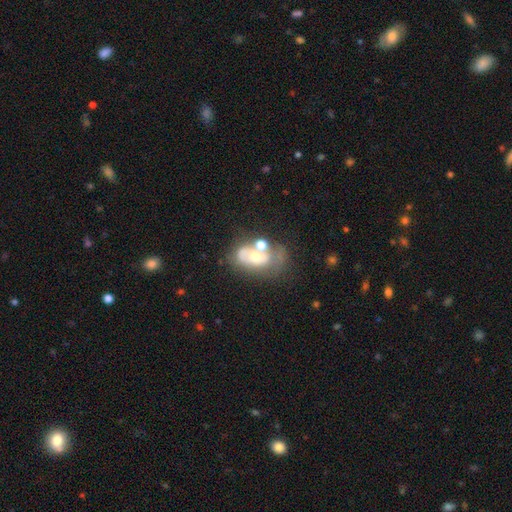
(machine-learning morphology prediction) smooth-or-featured: featured or disk: 52% | smooth: 36% | star or artifact: 11%
  disk-edge-on: no: 95% | yes: 5%
  merging: merger: 31% | none: 30% | major disturbance: 20% | minor disturbance: 19%